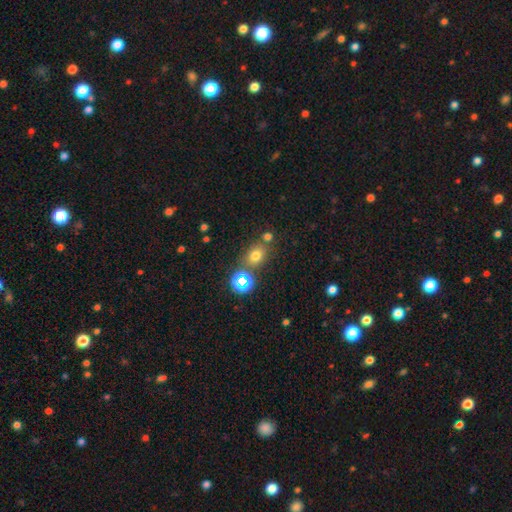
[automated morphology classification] A smooth galaxy with no disk features (68%) that is round (53%).

Vote fractions:
- Smooth or featured? smooth: 68% / star or artifact: 23% / featured or disk: 9%
- How rounded? round: 53% / in between: 46% / cigar-shaped: 1%
- Merging? none: 68% / merger: 16% / minor disturbance: 12% / major disturbance: 4%